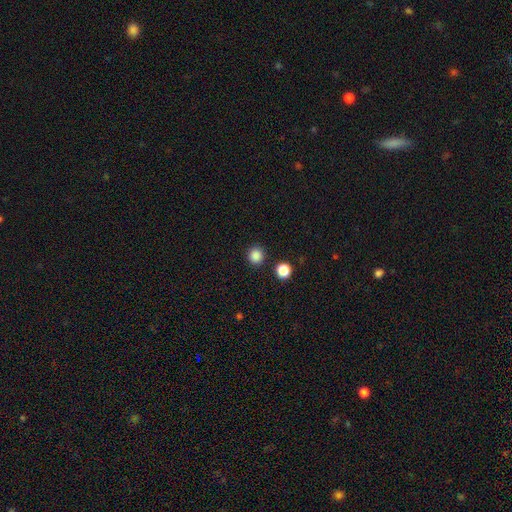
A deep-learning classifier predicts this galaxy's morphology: This appears to be a smooth galaxy with no disk features (86%) that is round (93%). Merging: none (89%).